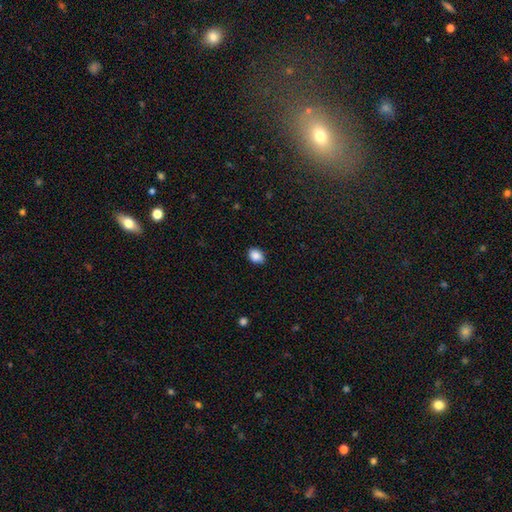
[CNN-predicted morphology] Overall: smooth (88%). How rounded: in between (69%). Merging: none (82%).